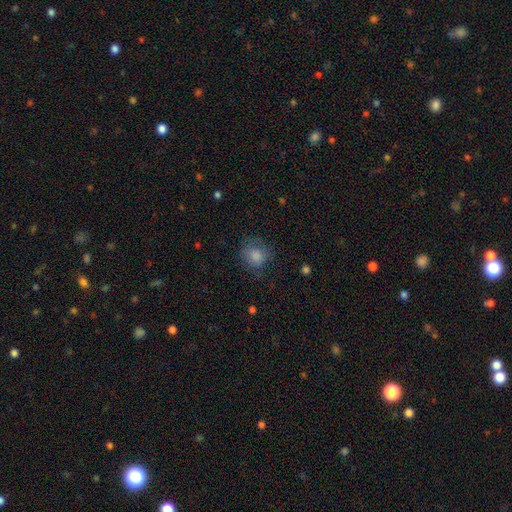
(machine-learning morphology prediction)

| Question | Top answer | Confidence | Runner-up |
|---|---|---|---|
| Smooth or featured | smooth | 82% | star or artifact (9%) |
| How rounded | round | 75% | in between (24%) |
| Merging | none | 63% | minor disturbance (23%) |